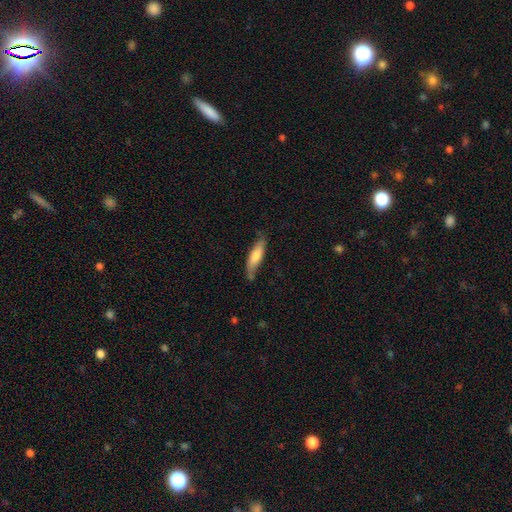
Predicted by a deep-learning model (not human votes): A smooth galaxy with no disk features (66%) that is cigar-shaped (66%). Merging: none (68%).